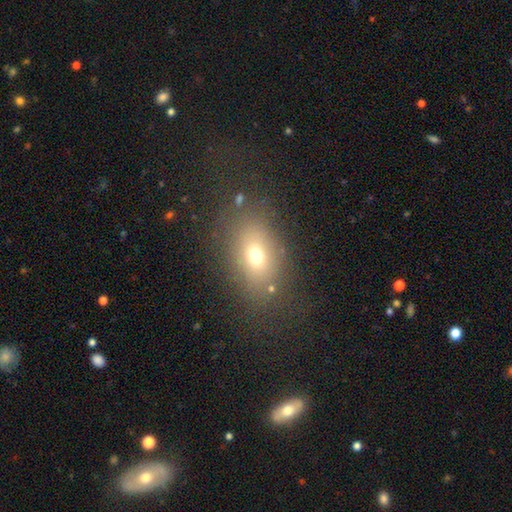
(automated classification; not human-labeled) The model was most divided on "how rounded": in between: 74%, round: 24%, cigar-shaped: 3%. More confident: merging — none (76%); smooth or featured — smooth (67%).